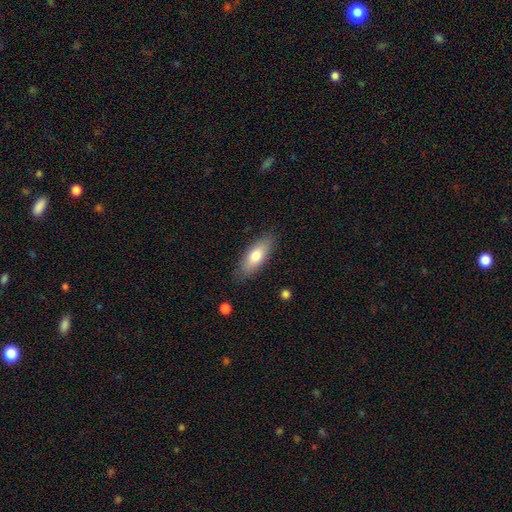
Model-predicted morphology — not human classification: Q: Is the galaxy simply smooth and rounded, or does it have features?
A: smooth — 73%.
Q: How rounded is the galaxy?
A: in between — 69%.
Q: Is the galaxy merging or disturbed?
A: none — 84%.